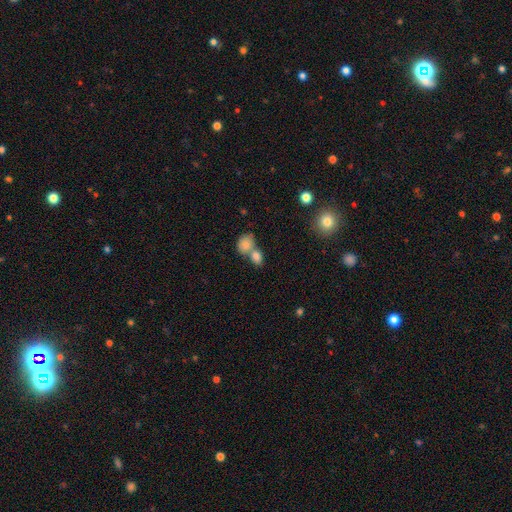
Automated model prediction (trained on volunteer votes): smooth 84%, star or artifact 9%, featured or disk 8%. Down the decision tree: how rounded — in between (60%); merging — merger (59%).